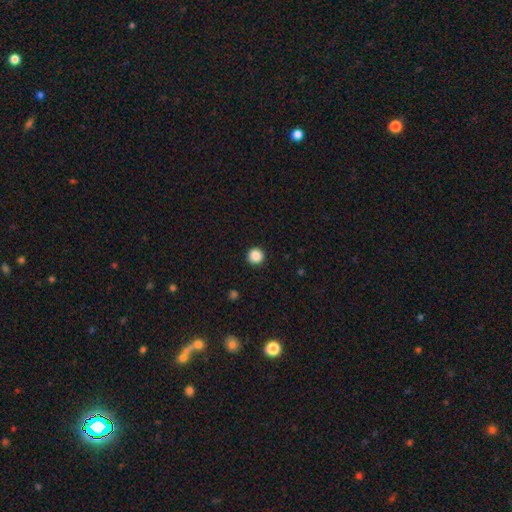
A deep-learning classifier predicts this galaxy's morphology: Smooth or featured?
  - smooth: 87% *
  - star or artifact: 10%
  - featured or disk: 3%
How rounded?
  - round: 95% *
  - in between: 4%
  - cigar-shaped: 1%
Merging?
  - none: 93% *
  - minor disturbance: 5%
  - major disturbance: 2%
  - merger: 1%